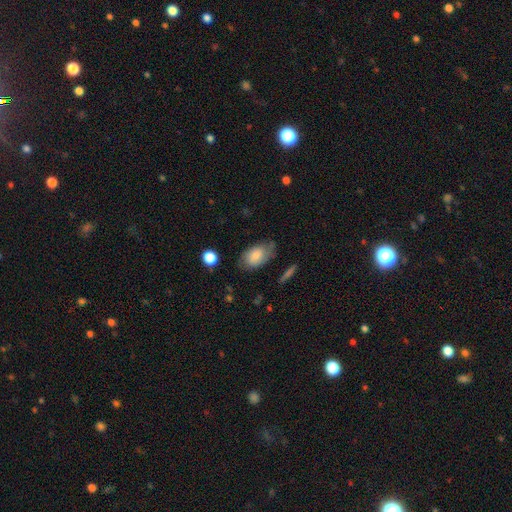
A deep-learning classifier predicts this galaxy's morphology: Smooth or featured? smooth (73%)
How rounded? in between (91%)
Merging? none (63%)